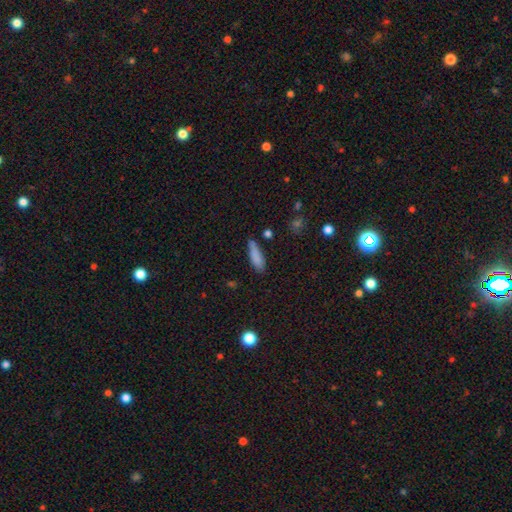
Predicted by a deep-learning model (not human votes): A smooth galaxy with no disk features (83%) that is cigar-shaped (53%).

Vote fractions:
- Smooth or featured? smooth: 83% / featured or disk: 9% / star or artifact: 8%
- How rounded? cigar-shaped: 53% / in between: 45% / round: 2%
- Merging? none: 64% / minor disturbance: 26% / major disturbance: 5% / merger: 5%